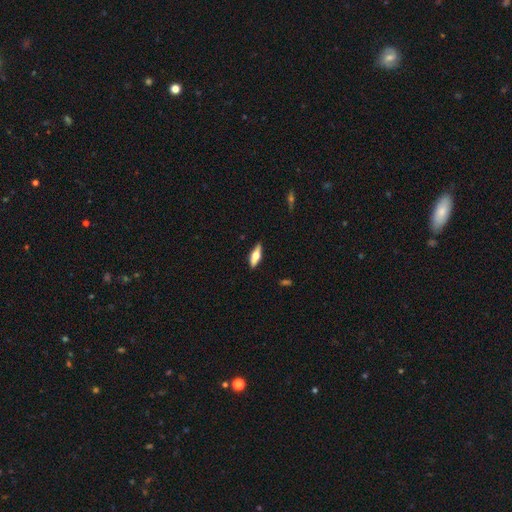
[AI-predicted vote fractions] Q: Smooth or featured?
A: featured or disk (54%); runner-up: smooth (40%)
Q: Edge-on disk?
A: yes (91%); runner-up: no (9%)
Q: Merging?
A: none (87%); runner-up: minor disturbance (10%)